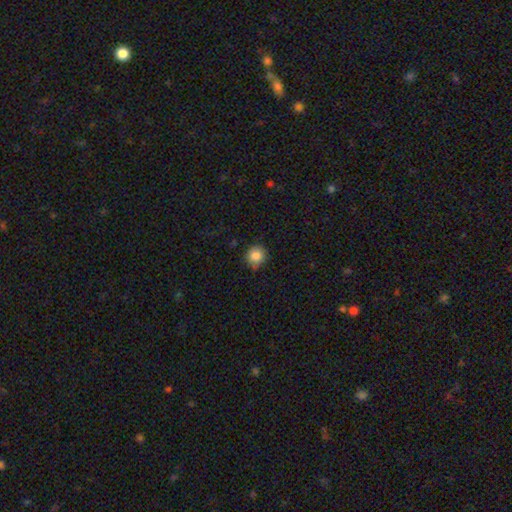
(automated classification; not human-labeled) This appears to be a smooth galaxy with no disk features (85%) that is round (90%). Merging: none (79%).